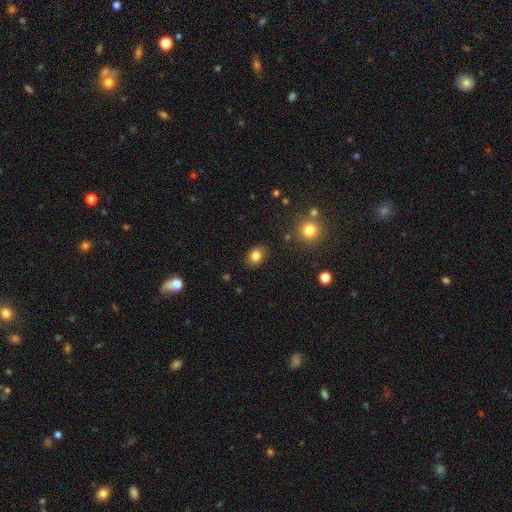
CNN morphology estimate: smooth-or-featured: smooth: 82% | star or artifact: 11% | featured or disk: 7%
  how-rounded: in between: 55% | round: 44% | cigar-shaped: 1%
  merging: none: 86% | minor disturbance: 10% | major disturbance: 2% | merger: 2%